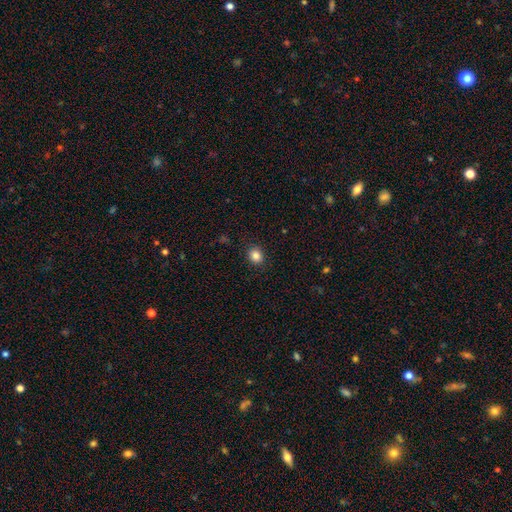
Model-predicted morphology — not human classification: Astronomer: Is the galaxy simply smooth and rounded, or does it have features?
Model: smooth — 85%.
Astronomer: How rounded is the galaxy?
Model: round — 74%.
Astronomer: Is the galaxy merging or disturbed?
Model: none — 90%.